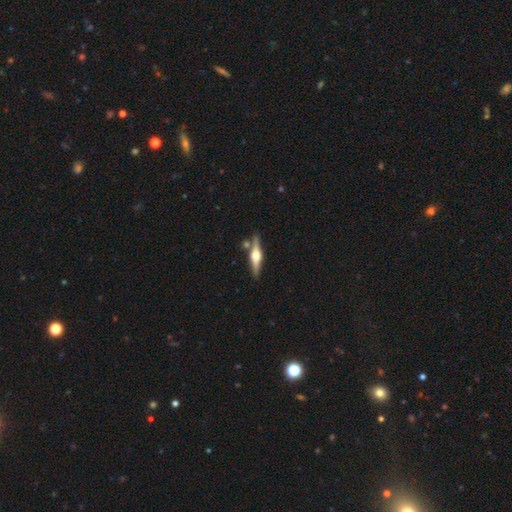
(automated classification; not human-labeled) Morphology: type=featured or disk (76%); edge-on=yes (98%); edge-on bulge=rounded (94%); merging=none (81%).